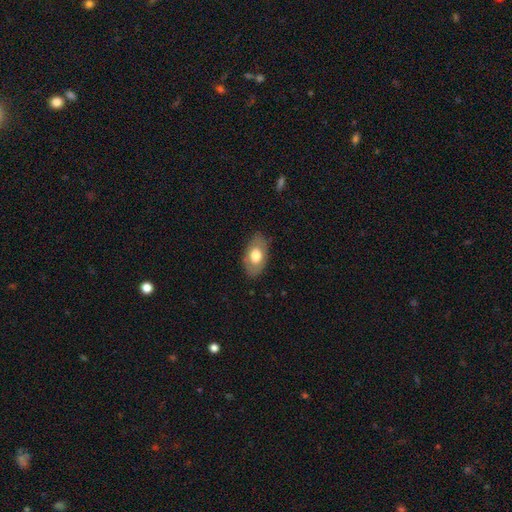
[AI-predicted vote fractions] Morphology: type=smooth (65%); roundness=in between (92%); merging=none (81%).